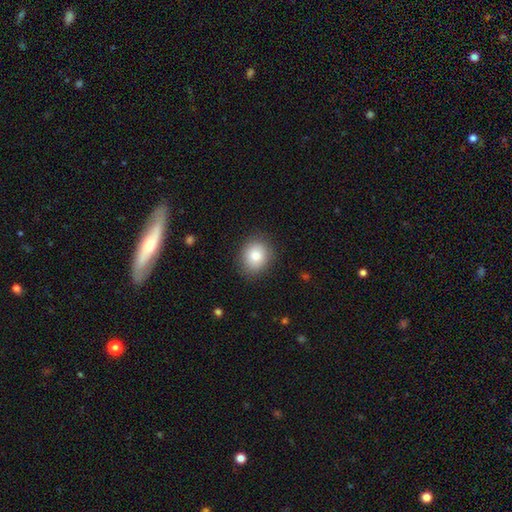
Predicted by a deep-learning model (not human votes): Overall: smooth (79%). How rounded: round (68%; in between 32%). Merging: none (86%).